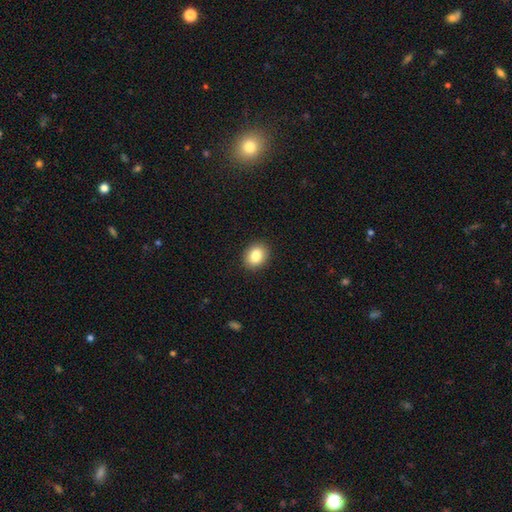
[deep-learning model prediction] Morphology: type=smooth (85%); roundness=in between (57%); merging=none (90%).